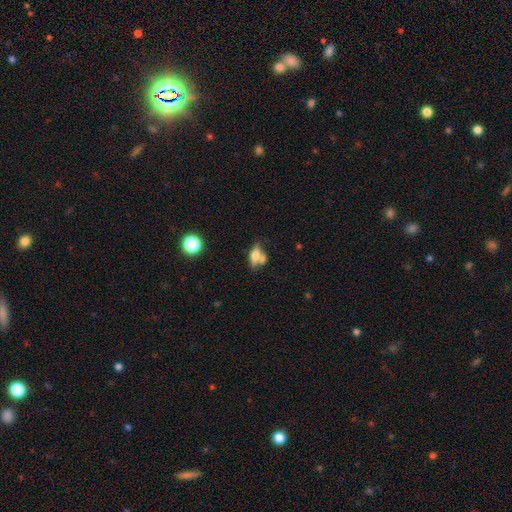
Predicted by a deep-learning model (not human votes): Q: Smooth or featured?
A: smooth (55%); runner-up: featured or disk (35%)
Q: How rounded?
A: in between (69%); runner-up: cigar-shaped (23%)
Q: Merging?
A: none (43%); runner-up: merger (36%)